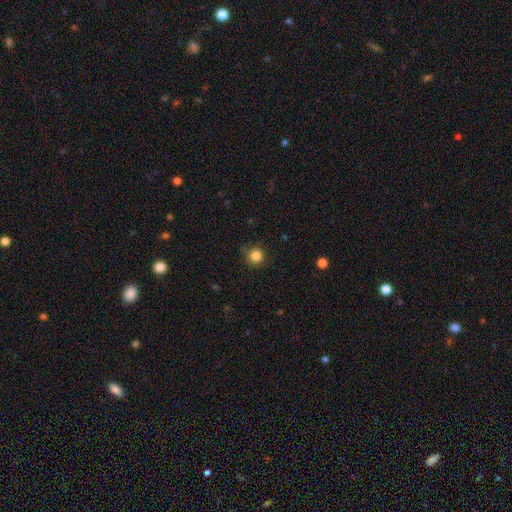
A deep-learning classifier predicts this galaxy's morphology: Smooth or featured? Predicted: smooth (p=0.85). How rounded? Predicted: round (p=0.93). Merging? Predicted: none (p=0.82).